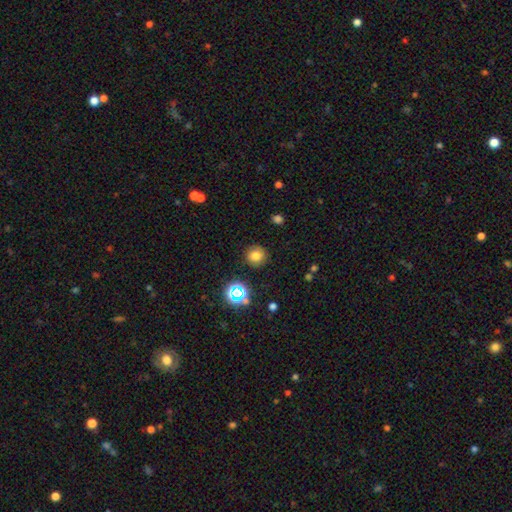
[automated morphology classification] Smooth or featured: smooth — 75% (star or artifact — 17%)
How rounded: round — 92% (in between — 7%)
Merging: none — 89% (minor disturbance — 7%)